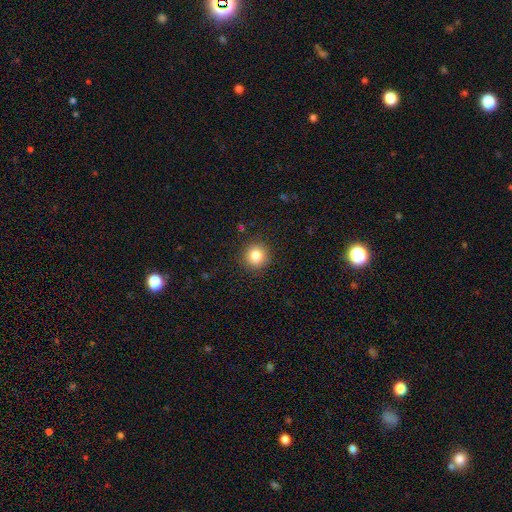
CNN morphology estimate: Smooth or featured?
  - smooth: 84% *
  - star or artifact: 10%
  - featured or disk: 6%
How rounded?
  - round: 94% *
  - in between: 6%
  - cigar-shaped: 1%
Merging?
  - none: 90% *
  - minor disturbance: 7%
  - major disturbance: 2%
  - merger: 1%